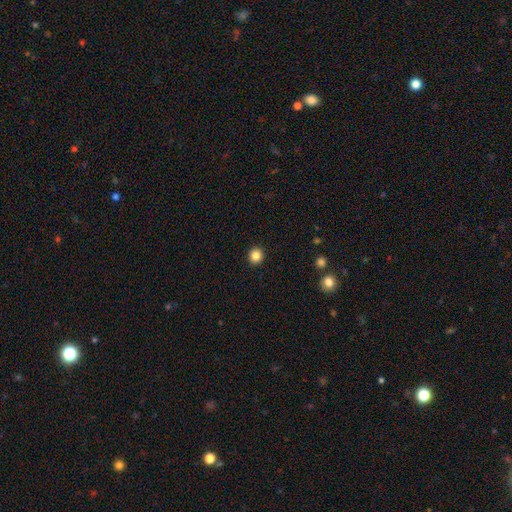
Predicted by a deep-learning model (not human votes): Smooth or featured?
  - smooth: 85% *
  - star or artifact: 11%
  - featured or disk: 4%
How rounded?
  - round: 92% *
  - in between: 7%
  - cigar-shaped: 1%
Merging?
  - none: 93% *
  - minor disturbance: 4%
  - major disturbance: 2%
  - merger: 1%